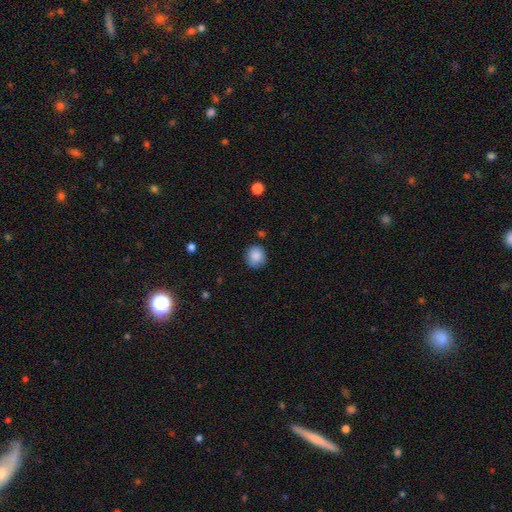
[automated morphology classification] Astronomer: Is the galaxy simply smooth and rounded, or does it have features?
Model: smooth — 88%.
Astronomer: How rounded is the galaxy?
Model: round — 85%.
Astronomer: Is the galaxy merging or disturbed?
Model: none — 84%.